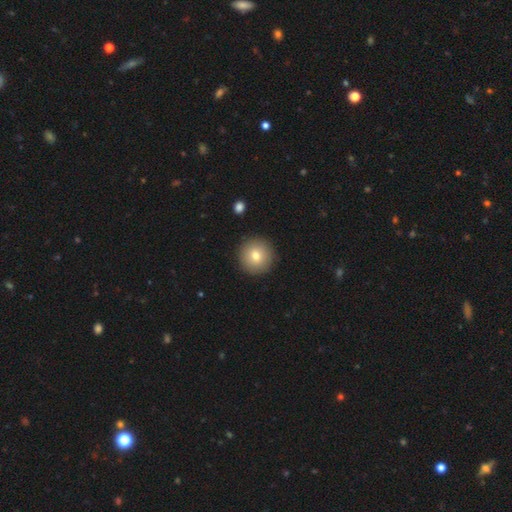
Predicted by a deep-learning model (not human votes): This is likely a smooth galaxy (78%). How rounded: clearly round (96%). Merging: clearly none (92%).